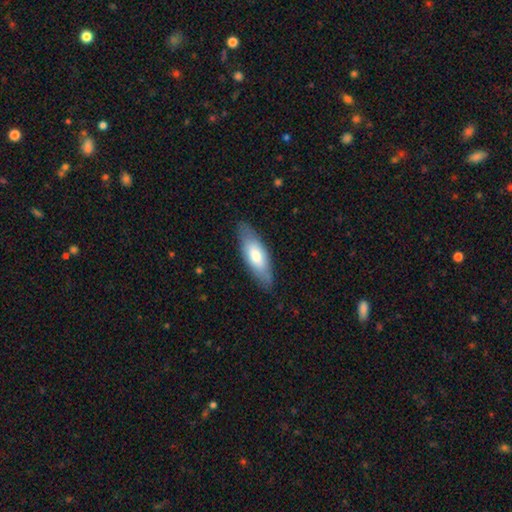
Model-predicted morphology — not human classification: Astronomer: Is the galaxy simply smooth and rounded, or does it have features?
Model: smooth — 67%.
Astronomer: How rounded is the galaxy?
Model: in between — 66%.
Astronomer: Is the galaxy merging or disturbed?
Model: none — 83%.